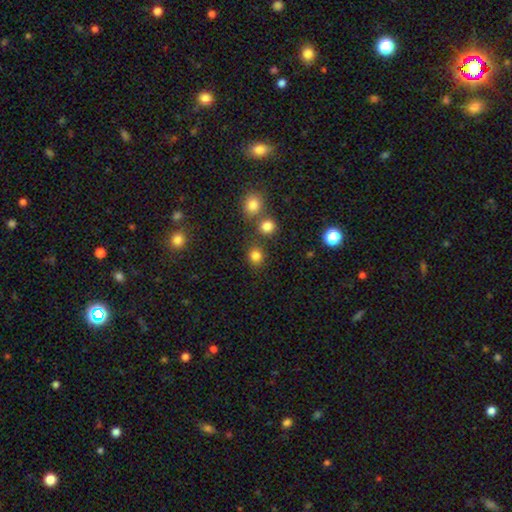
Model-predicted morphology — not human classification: A smooth galaxy with no disk features (81%) that is round (83%).

Vote fractions:
- Smooth or featured? smooth: 81% / star or artifact: 14% / featured or disk: 5%
- How rounded? round: 83% / in between: 16% / cigar-shaped: 1%
- Merging? none: 77% / merger: 12% / minor disturbance: 8% / major disturbance: 3%